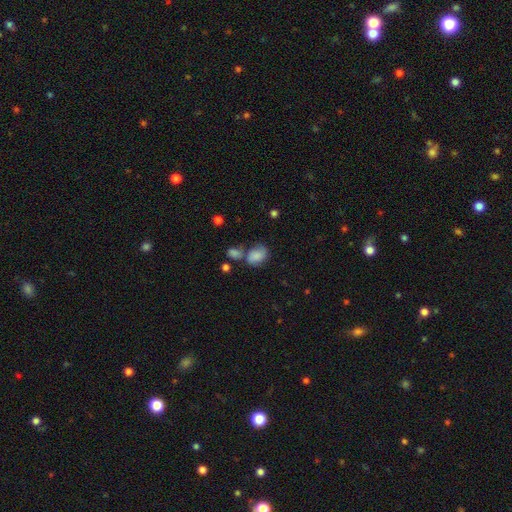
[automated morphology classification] Smooth or featured: smooth — 75% (featured or disk — 15%)
How rounded: in between — 72% (round — 27%)
Merging: none — 41% (merger — 27%)